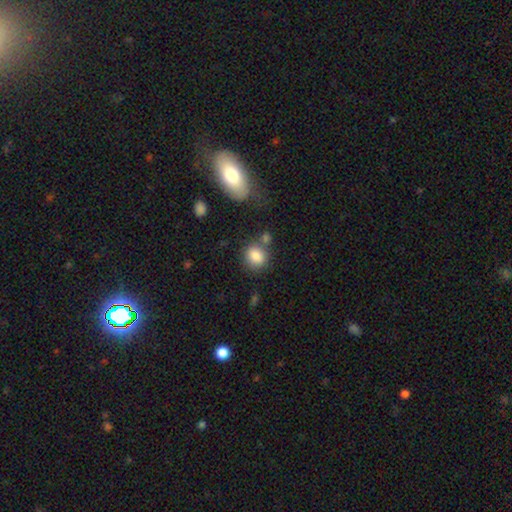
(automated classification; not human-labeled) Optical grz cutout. It shows a smooth galaxy with no disk features (85%) that is round (65%). Merging: none (65%).